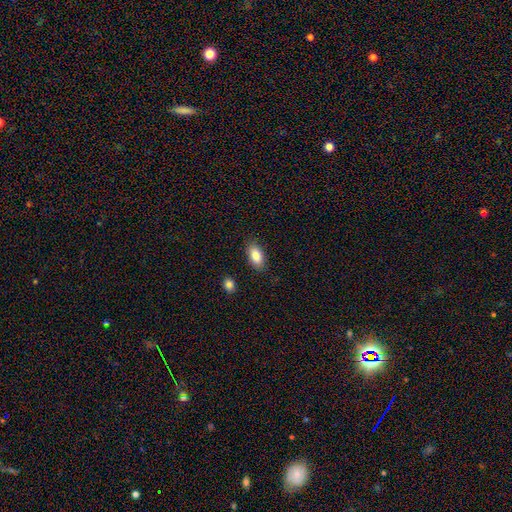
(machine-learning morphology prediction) Q: Smooth or featured?
A: smooth (86%); runner-up: star or artifact (7%)
Q: How rounded?
A: in between (91%); runner-up: cigar-shaped (5%)
Q: Merging?
A: none (86%); runner-up: minor disturbance (10%)